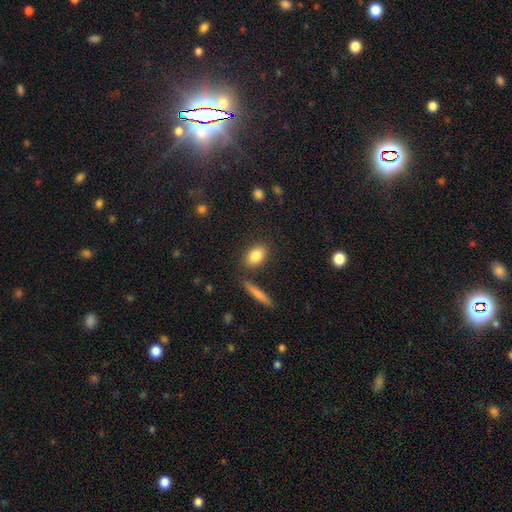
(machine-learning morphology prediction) The model was most divided on "how rounded": in between: 80%, round: 15%, cigar-shaped: 5%. More confident: smooth or featured — smooth (83%); merging — none (80%).